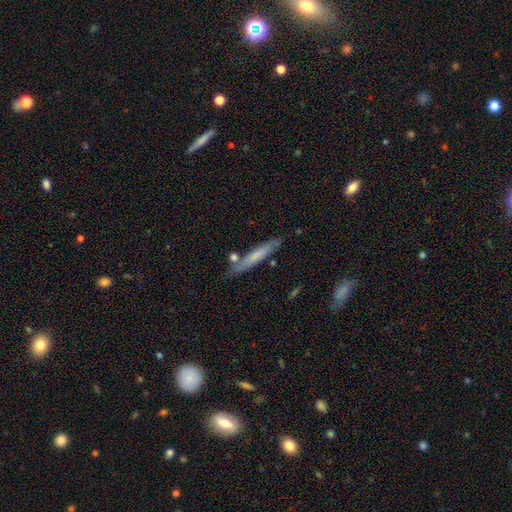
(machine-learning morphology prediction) Smooth or featured?
  - smooth: 57% *
  - featured or disk: 37%
  - star or artifact: 6%
How rounded?
  - cigar-shaped: 92% *
  - in between: 6%
  - round: 2%
Merging?
  - none: 78% *
  - minor disturbance: 13%
  - merger: 6%
  - major disturbance: 3%